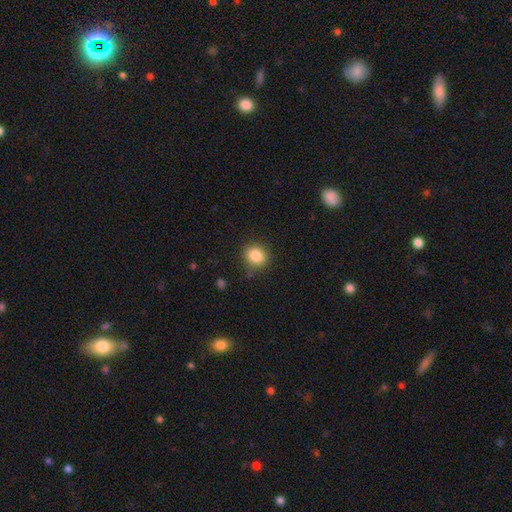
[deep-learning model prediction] This appears to be a smooth galaxy with no disk features (85%) that is round (71%). Merging: none (84%).